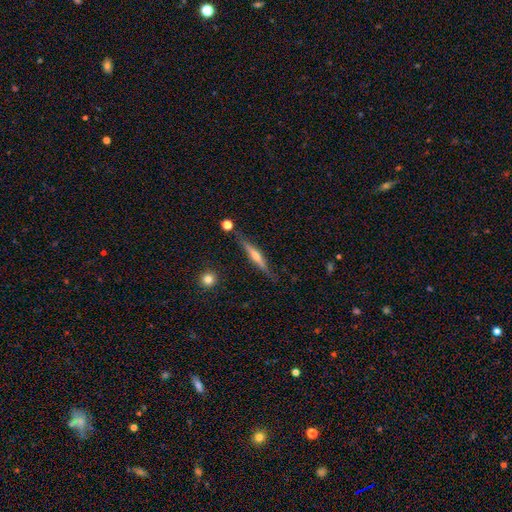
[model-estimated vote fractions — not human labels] Morphology: type=featured or disk (65%); edge-on=yes (96%); edge-on bulge=rounded (72%); merging=none (81%).